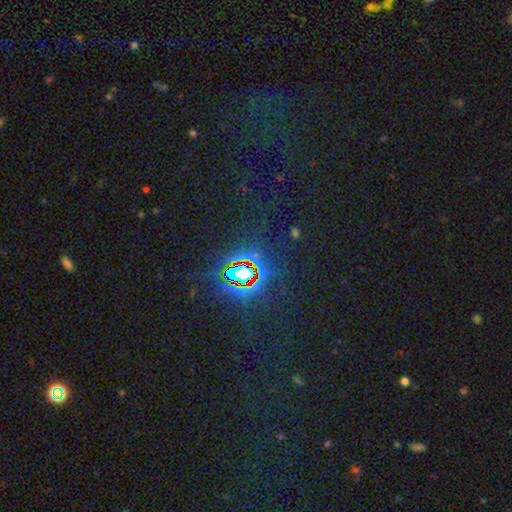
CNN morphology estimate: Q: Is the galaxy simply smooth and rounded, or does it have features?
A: star or artifact — 81%.